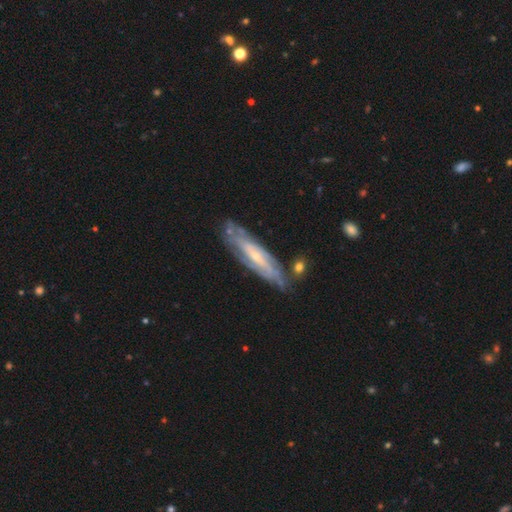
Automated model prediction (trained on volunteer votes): Smooth or featured? Predicted: featured or disk (p=0.78). Edge-on disk? Predicted: no (p=0.70). Bar? Predicted: no (p=0.50). Spiral arms? Predicted: yes (p=0.85). Bulge size? Predicted: small (p=0.70). Merging? Predicted: none (p=0.70).